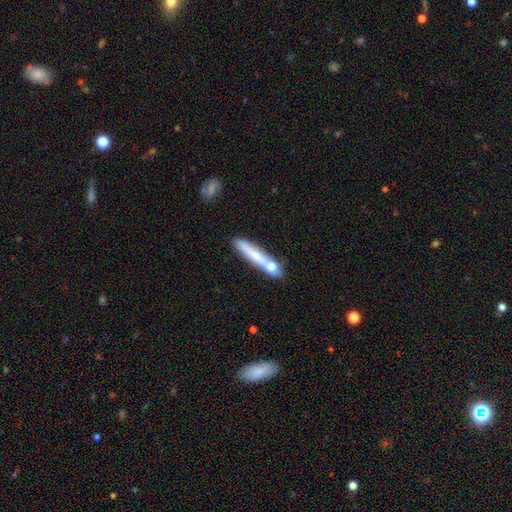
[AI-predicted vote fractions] This appears to be a smooth galaxy with no disk features (58%) that is cigar-shaped (89%). Merging: none (65%).